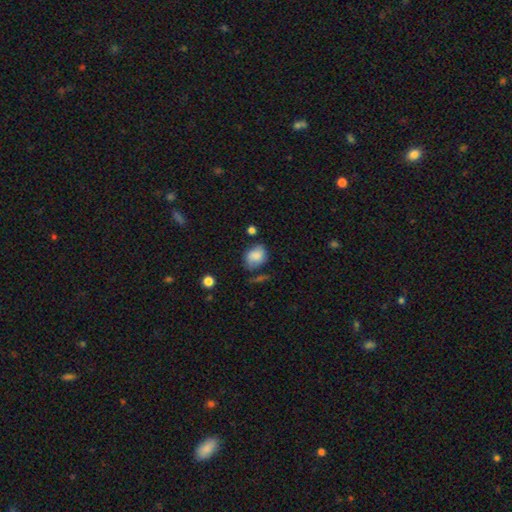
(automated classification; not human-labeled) smooth 79%, featured or disk 12%, star or artifact 9%. Down the decision tree: how rounded — in between (54%); merging — none (54%).